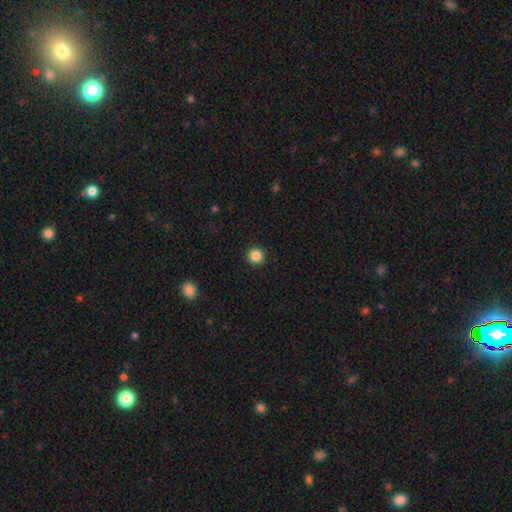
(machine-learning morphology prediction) type=smooth (86%); roundness=round (96%); merging=none (93%).